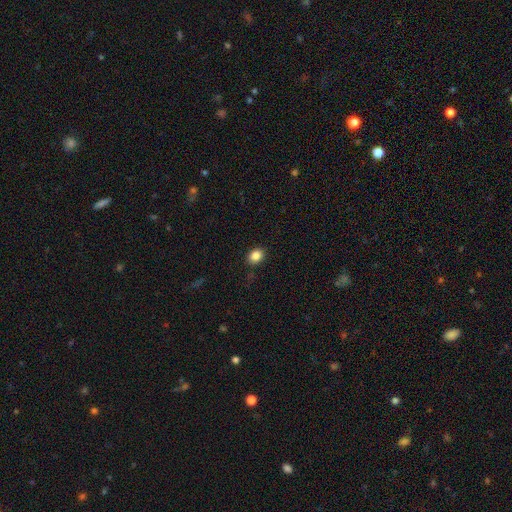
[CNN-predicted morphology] This is clearly a smooth galaxy (85%). How rounded: possibly in between (58%). Merging: clearly none (87%).